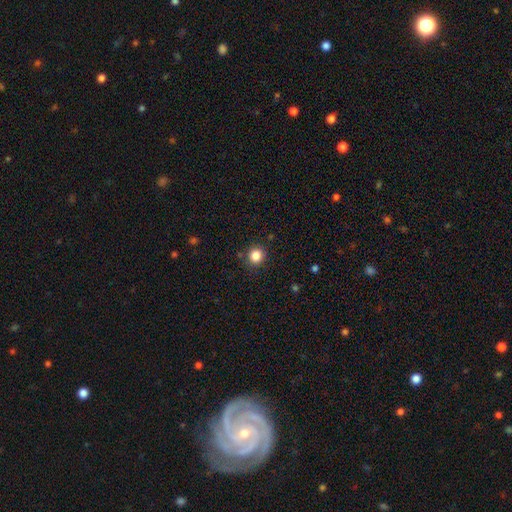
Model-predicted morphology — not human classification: This appears to be a smooth galaxy with no disk features (85%) that is round (86%). Merging: none (87%).